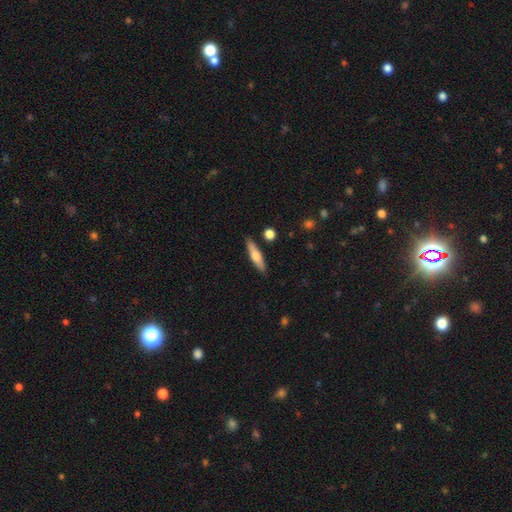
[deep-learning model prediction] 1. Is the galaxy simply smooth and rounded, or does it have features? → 55% smooth, 39% featured or disk, 6% star or artifact.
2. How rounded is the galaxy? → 76% cigar-shaped, 22% in between, 2% round.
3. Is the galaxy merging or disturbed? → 87% none, 9% minor disturbance, 3% merger, 2% major disturbance.